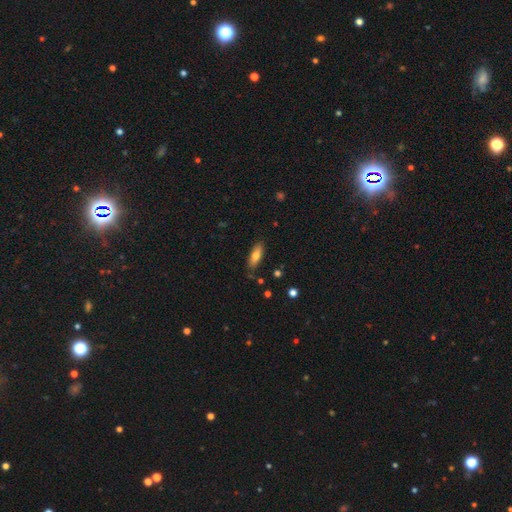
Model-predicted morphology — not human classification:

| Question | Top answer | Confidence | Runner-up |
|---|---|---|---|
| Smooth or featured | smooth | 74% | featured or disk (19%) |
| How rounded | in between | 61% | cigar-shaped (37%) |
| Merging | none | 84% | minor disturbance (12%) |